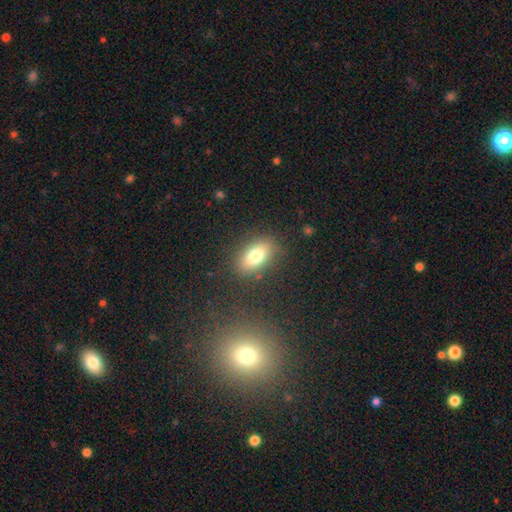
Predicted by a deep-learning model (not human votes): Overall: smooth (77%). How rounded: in between (86%). Merging: none (83%).